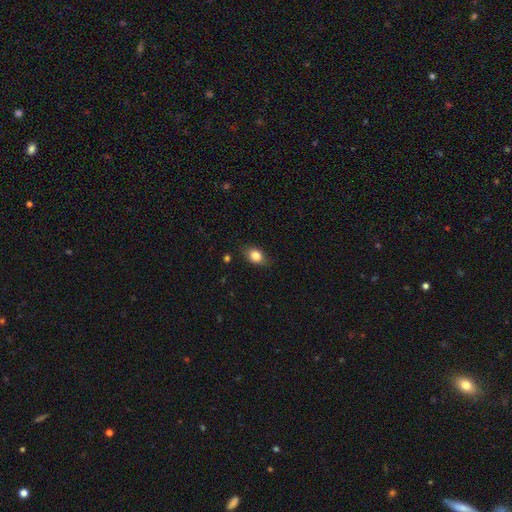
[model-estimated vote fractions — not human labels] Overall: smooth (82%). How rounded: in between (75%). Merging: none (78%).